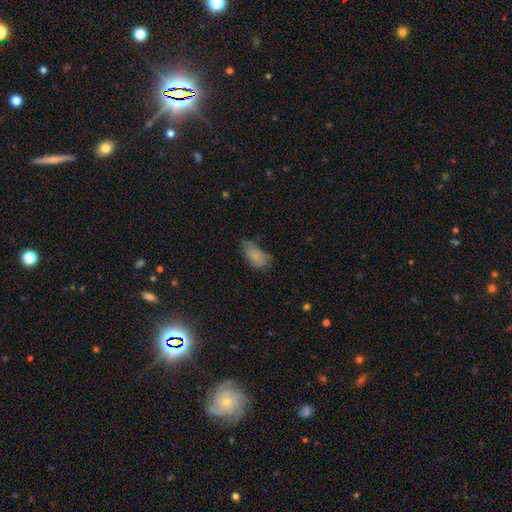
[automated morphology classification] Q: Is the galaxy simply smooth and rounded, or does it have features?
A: smooth — 74%.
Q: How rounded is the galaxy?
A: in between — 91%.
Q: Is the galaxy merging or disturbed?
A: none — 41%.